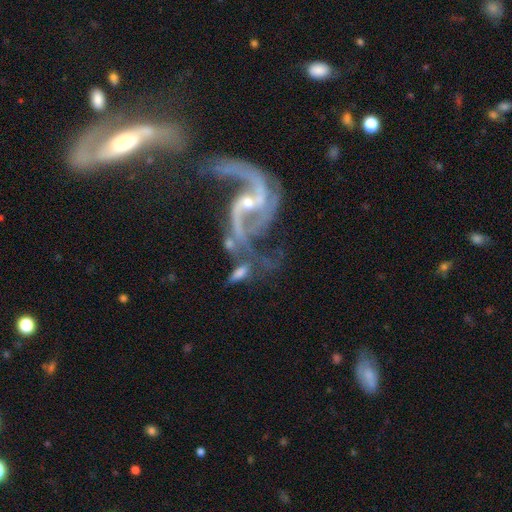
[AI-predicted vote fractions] A featured or disk galaxy (87%) with a weak bar (40%), 2 (80%) loose (58%) spiral arms (92%) and a small central bulge (59%). Merging: merger (40%).